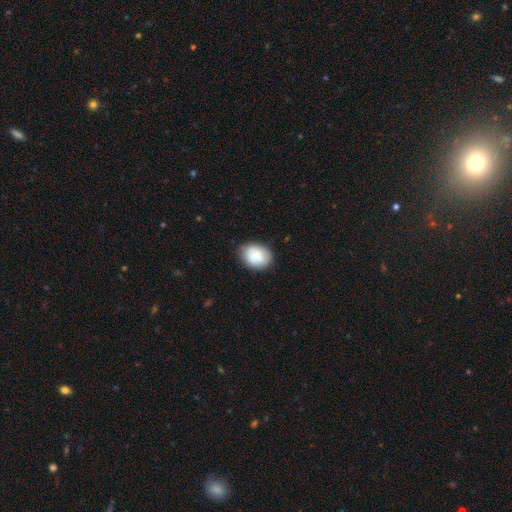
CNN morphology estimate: Smooth or featured? Predicted: smooth (p=0.80). How rounded? Predicted: in between (p=0.54). Merging? Predicted: none (p=0.78).